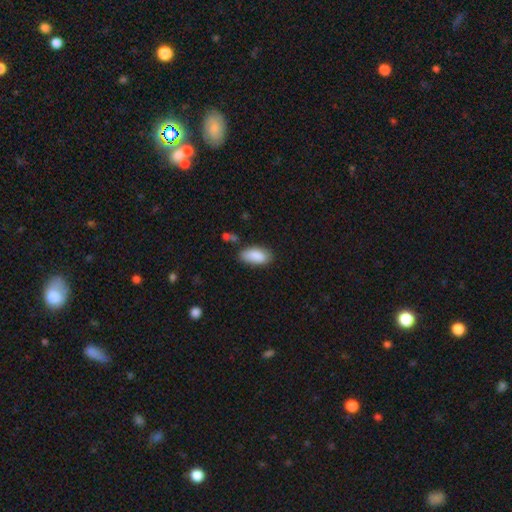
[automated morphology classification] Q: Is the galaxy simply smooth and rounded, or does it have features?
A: smooth — 87%.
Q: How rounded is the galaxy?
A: in between — 91%.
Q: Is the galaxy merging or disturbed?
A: none — 70%.